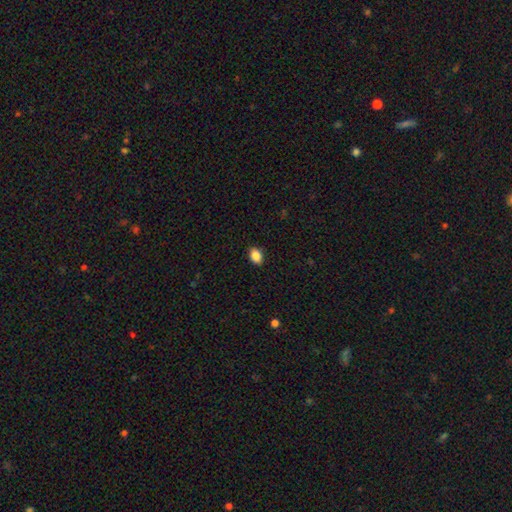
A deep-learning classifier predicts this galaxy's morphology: Smooth or featured? smooth (87%)
How rounded? in between (82%)
Merging? none (88%)